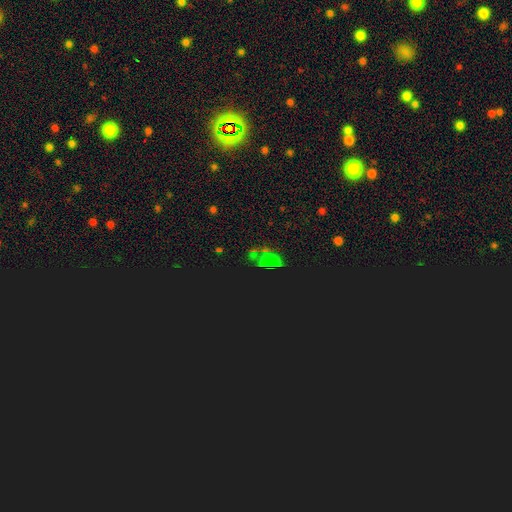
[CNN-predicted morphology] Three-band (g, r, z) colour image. It shows a star or artifact, not a galaxy (57%).